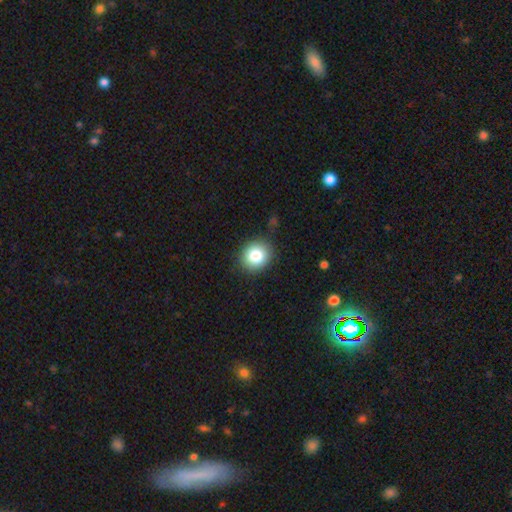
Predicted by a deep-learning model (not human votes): Smooth or featured? Predicted: smooth (p=0.82). How rounded? Predicted: round (p=0.80). Merging? Predicted: none (p=0.88).